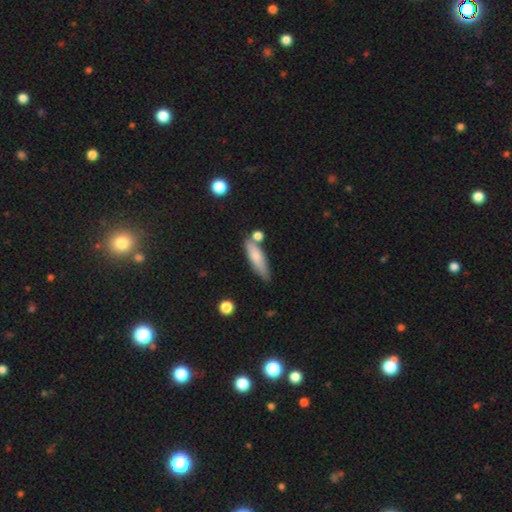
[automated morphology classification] This appears to be a smooth galaxy with no disk features (72%) that is cigar-shaped (67%). Merging: none (64%).